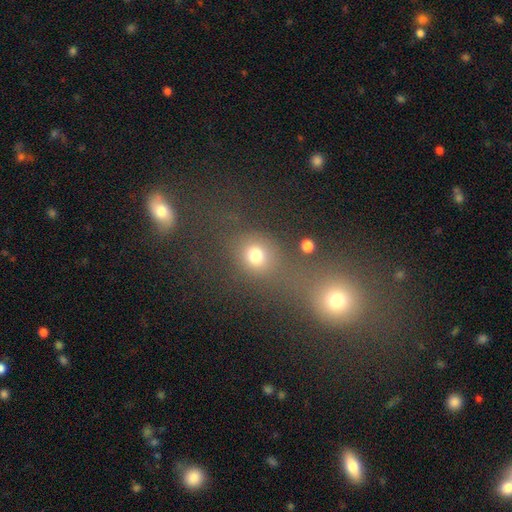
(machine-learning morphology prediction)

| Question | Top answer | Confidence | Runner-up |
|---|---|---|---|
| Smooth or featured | smooth | 72% | star or artifact (19%) |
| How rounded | round | 76% | in between (22%) |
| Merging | none | 61% | merger (18%) |